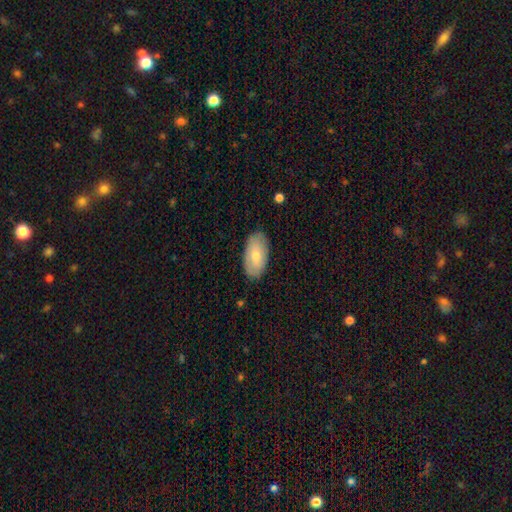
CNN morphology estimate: Q: Smooth or featured?
A: smooth (68%); runner-up: featured or disk (26%)
Q: How rounded?
A: in between (95%); runner-up: round (3%)
Q: Merging?
A: none (84%); runner-up: minor disturbance (12%)